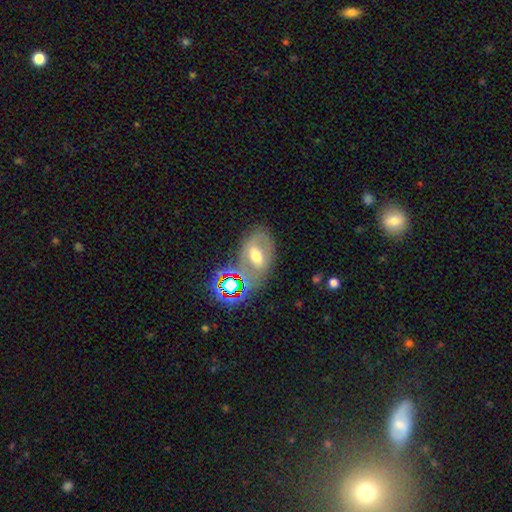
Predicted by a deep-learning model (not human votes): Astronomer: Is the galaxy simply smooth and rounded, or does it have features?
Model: featured or disk — 50% (runner-up: smooth, 33%).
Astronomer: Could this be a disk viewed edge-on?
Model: no — 91%.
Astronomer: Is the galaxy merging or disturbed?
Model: none — 61%.